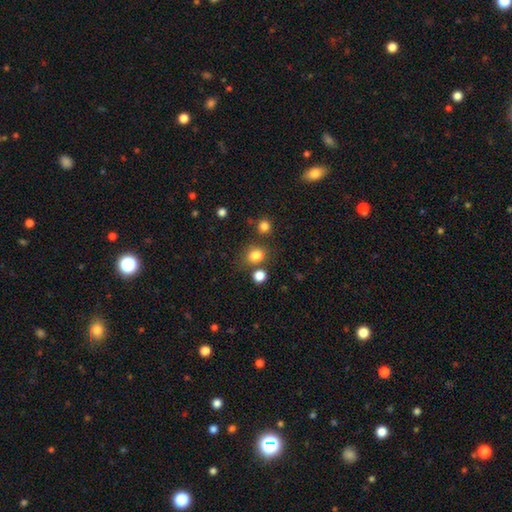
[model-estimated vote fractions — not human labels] smooth 80%, star or artifact 14%, featured or disk 6%. Down the decision tree: how rounded — round (72%); merging — none (71%).